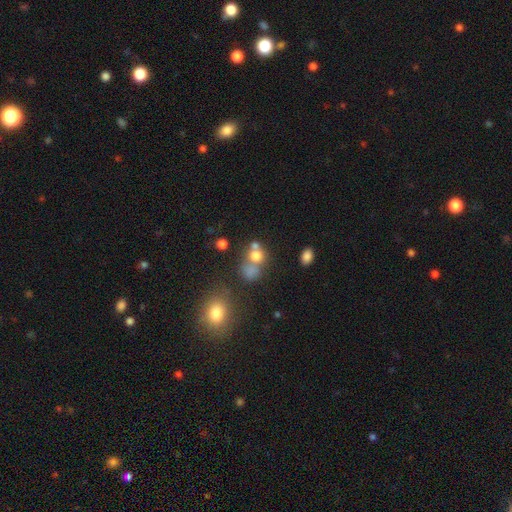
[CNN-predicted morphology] This is likely a smooth galaxy (69%). How rounded: likely round (73%). Merging: possibly merger (46%).